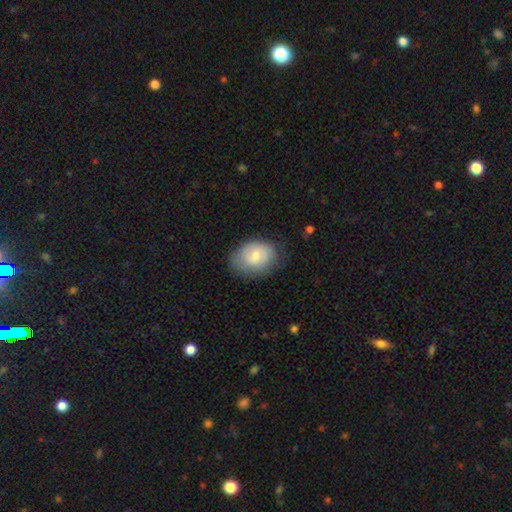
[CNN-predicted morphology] smooth-or-featured: smooth: 71% | featured or disk: 23% | star or artifact: 7%
  how-rounded: in between: 76% | round: 23% | cigar-shaped: 1%
  merging: none: 70% | minor disturbance: 22% | major disturbance: 6% | merger: 1%